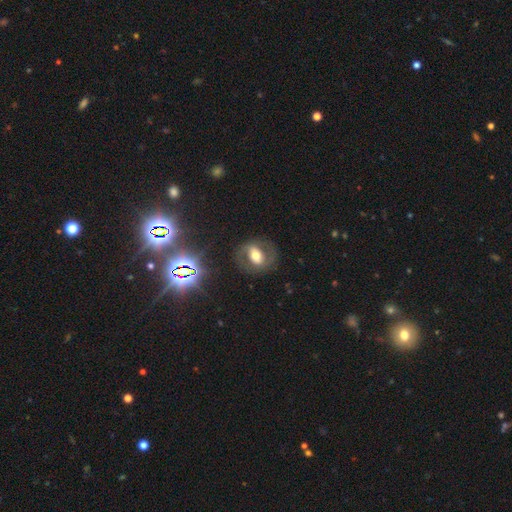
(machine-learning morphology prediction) Q: Smooth or featured?
A: featured or disk (60%); runner-up: smooth (27%)
Q: Edge-on disk?
A: no (94%); runner-up: yes (6%)
Q: Bar?
A: strong (41%); runner-up: weak (32%)
Q: Spiral arms?
A: yes (68%); runner-up: no (32%)
Q: Bulge size?
A: moderate (63%); runner-up: large (21%)
Q: Merging?
A: none (78%); runner-up: minor disturbance (12%)